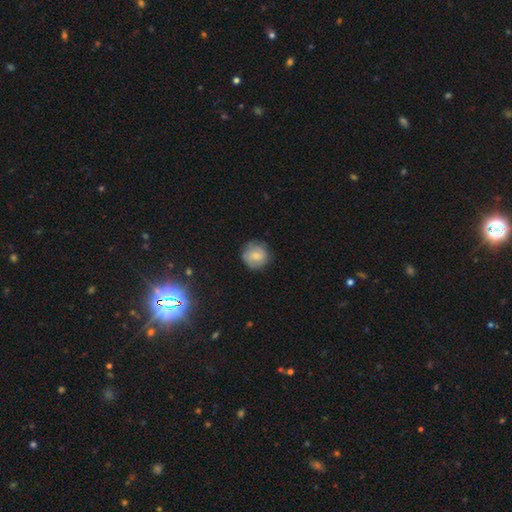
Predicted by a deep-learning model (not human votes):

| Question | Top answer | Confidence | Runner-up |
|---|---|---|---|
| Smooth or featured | smooth | 66% | featured or disk (26%) |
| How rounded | round | 91% | in between (8%) |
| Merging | none | 80% | minor disturbance (15%) |